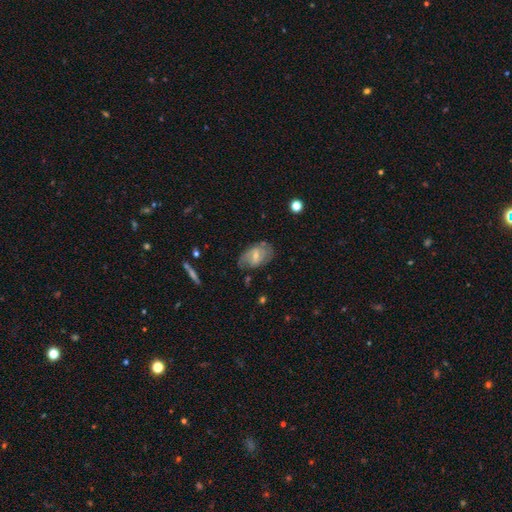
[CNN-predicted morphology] type=featured or disk (56%); edge-on=no (94%); bar=weak (52%); spiral arms=yes (64%); bulge=small (51%); merging=none (61%).